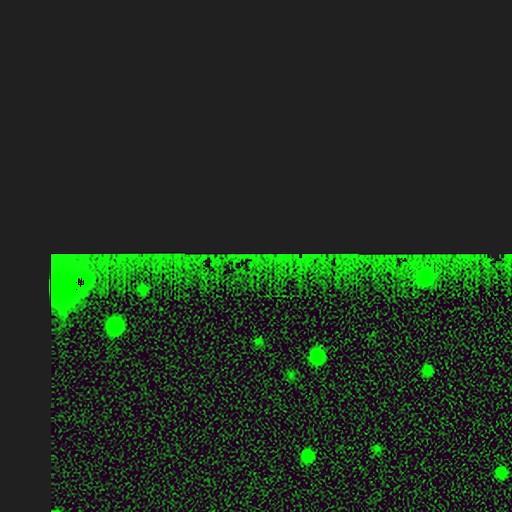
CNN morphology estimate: The model was most divided on "smooth or featured": star or artifact: 83%, featured or disk: 9%, smooth: 8%.